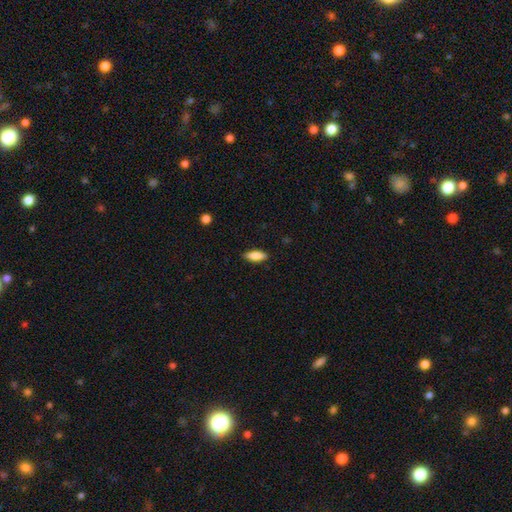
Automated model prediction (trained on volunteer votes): Smooth or featured?
  - smooth: 84% *
  - featured or disk: 10%
  - star or artifact: 6%
How rounded?
  - in between: 66% *
  - cigar-shaped: 32%
  - round: 2%
Merging?
  - none: 87% *
  - minor disturbance: 10%
  - major disturbance: 2%
  - merger: 1%